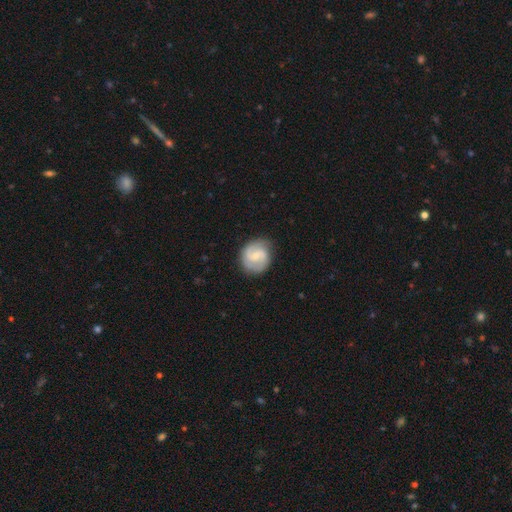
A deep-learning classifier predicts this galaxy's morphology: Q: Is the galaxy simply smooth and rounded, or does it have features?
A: featured or disk — 77%.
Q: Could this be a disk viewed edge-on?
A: no — 98%.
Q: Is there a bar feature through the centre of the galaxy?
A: weak — 57%.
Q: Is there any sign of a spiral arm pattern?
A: yes — 95%.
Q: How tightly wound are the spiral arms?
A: medium — 51%.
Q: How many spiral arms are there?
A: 2 — 89%.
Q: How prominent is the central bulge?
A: small — 59%.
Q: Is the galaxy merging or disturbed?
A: none — 82%.